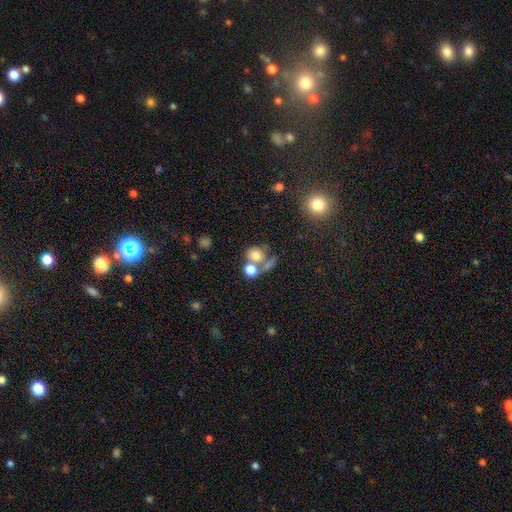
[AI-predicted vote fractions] Q: Smooth or featured?
A: smooth (70%); runner-up: featured or disk (18%)
Q: How rounded?
A: round (65%); runner-up: in between (33%)
Q: Merging?
A: merger (49%); runner-up: none (31%)